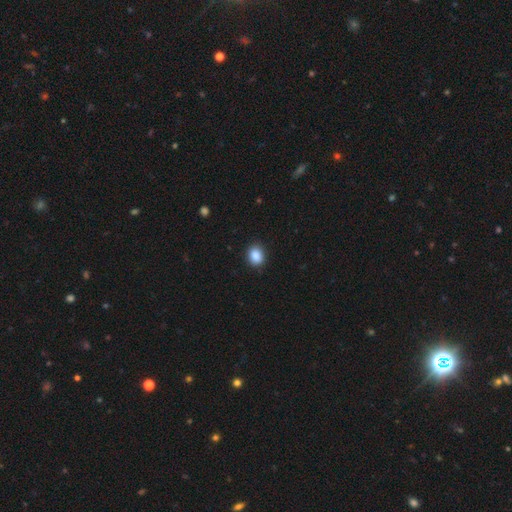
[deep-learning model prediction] The model was most divided on "how rounded": in between: 50%, round: 49%, cigar-shaped: 1%. More confident: merging — none (89%); smooth or featured — smooth (89%).